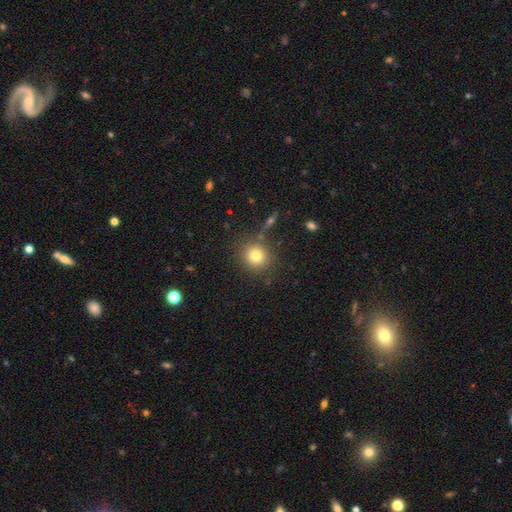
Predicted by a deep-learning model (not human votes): Smooth or featured?
  - smooth: 77% *
  - star or artifact: 13%
  - featured or disk: 11%
How rounded?
  - round: 90% *
  - in between: 9%
  - cigar-shaped: 1%
Merging?
  - none: 82% *
  - minor disturbance: 9%
  - merger: 6%
  - major disturbance: 3%